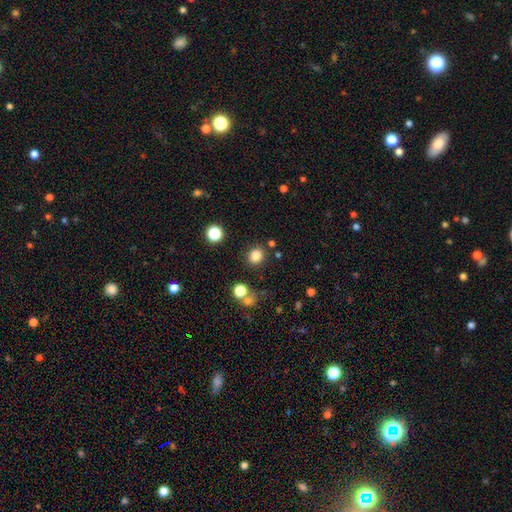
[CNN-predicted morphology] smooth-or-featured: smooth: 82% | star or artifact: 13% | featured or disk: 5%
  how-rounded: round: 82% | in between: 18% | cigar-shaped: 1%
  merging: none: 85% | minor disturbance: 8% | merger: 4% | major disturbance: 3%